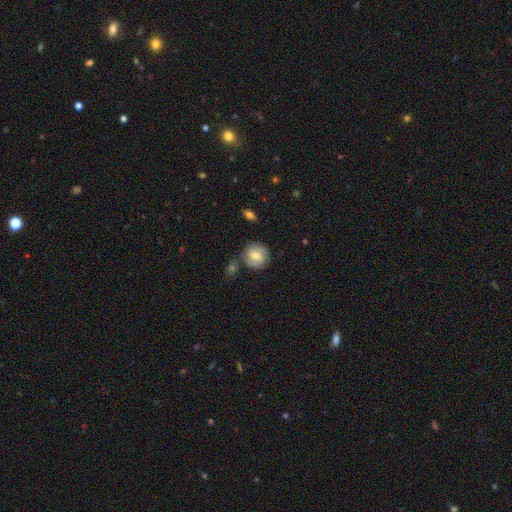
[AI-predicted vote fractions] A smooth galaxy with no disk features (63%) that is round (87%).

Vote fractions:
- Smooth or featured? smooth: 63% / featured or disk: 29% / star or artifact: 8%
- How rounded? round: 87% / in between: 12% / cigar-shaped: 1%
- Merging? none: 70% / minor disturbance: 16% / merger: 10% / major disturbance: 5%